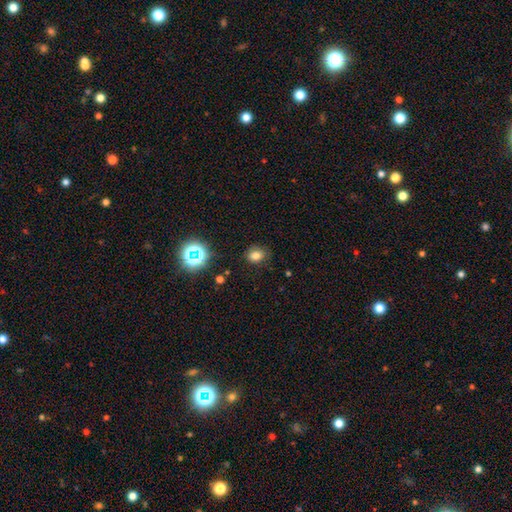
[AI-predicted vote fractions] Morphology: type=smooth (75%); roundness=in between (50%); merging=none (78%).